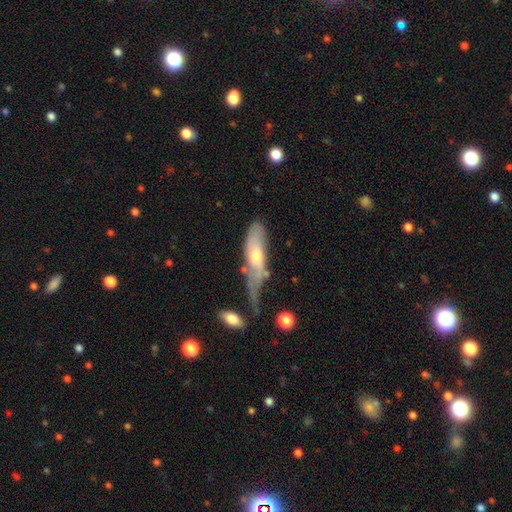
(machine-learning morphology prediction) The model was most divided on "merging": minor disturbance: 32%, none: 30%, major disturbance: 25%, merger: 13%. Remaining: smooth or featured — smooth (49%).